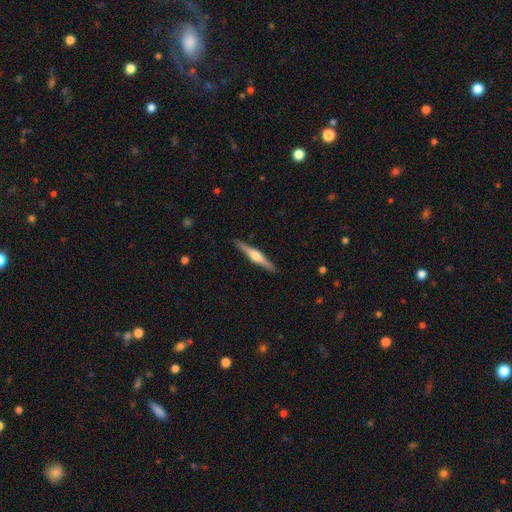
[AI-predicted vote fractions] A featured or disk galaxy (70%) viewed edge-on (98%) with a rounded central bulge (91%). Merging: none (91%).